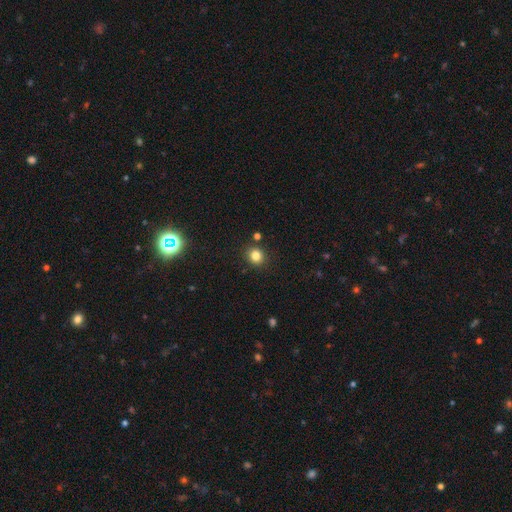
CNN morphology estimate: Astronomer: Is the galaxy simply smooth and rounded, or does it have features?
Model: smooth — 81%.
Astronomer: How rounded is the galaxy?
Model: round — 83%.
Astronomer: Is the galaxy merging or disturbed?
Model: none — 87%.